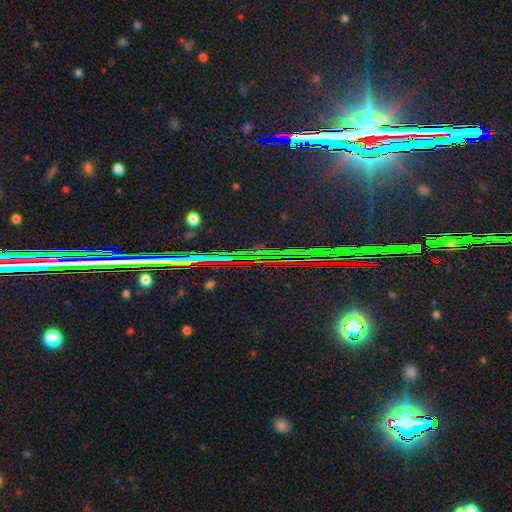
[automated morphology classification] smooth_or_featured: star or artifact (p=0.82) [alt: featured or disk p=0.10]